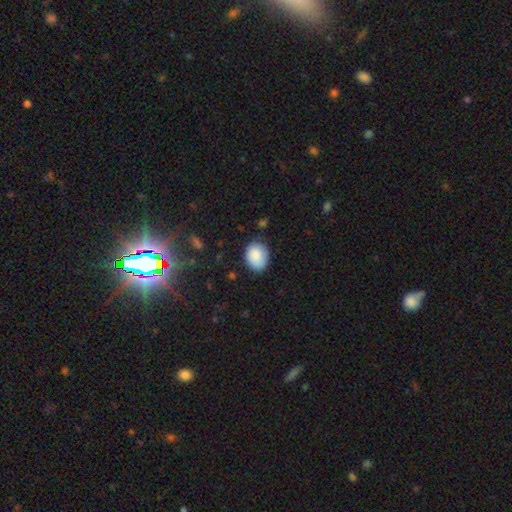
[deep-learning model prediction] This is clearly a smooth galaxy (87%). How rounded: possibly in between (53%). Merging: likely none (74%).